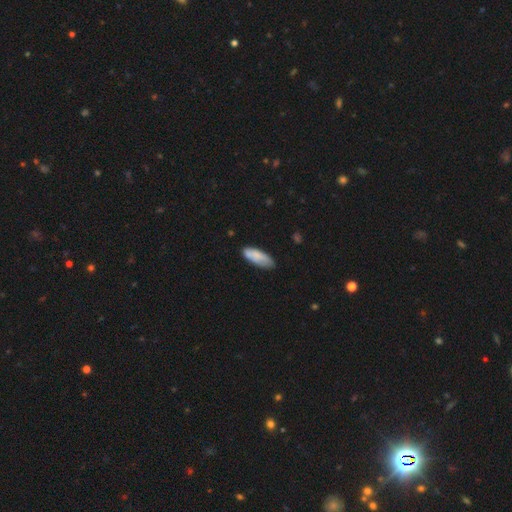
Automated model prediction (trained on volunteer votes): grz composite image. It shows a smooth galaxy with no disk features (79%) that is in between round and cigar-shaped (68%). Merging: none (67%).